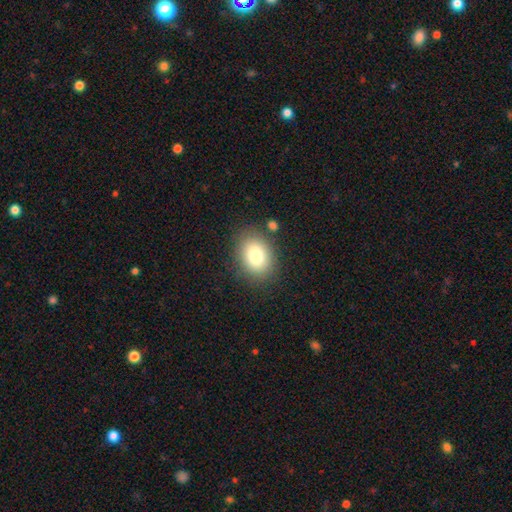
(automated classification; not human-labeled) This is clearly a smooth galaxy (81%). How rounded: likely in between (68%). Merging: clearly none (82%).